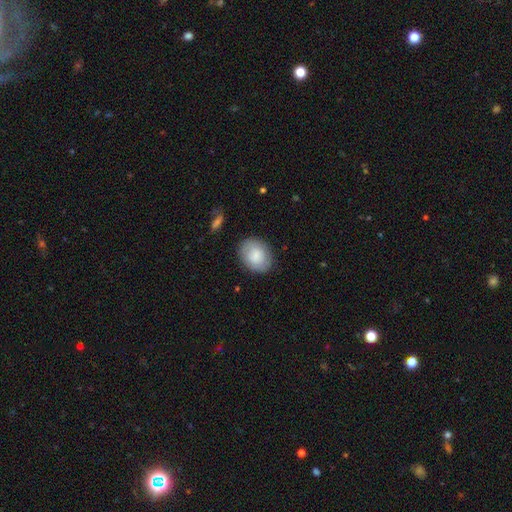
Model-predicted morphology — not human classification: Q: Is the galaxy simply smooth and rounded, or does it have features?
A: smooth — 75%.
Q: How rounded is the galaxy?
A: in between — 57%.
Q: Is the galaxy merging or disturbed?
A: none — 83%.